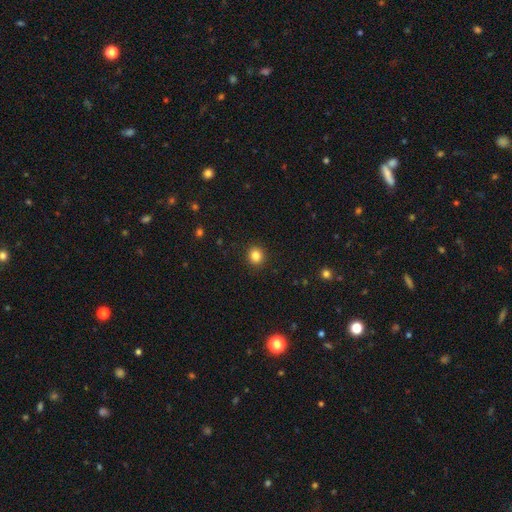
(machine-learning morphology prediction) This appears to be a smooth galaxy with no disk features (85%) that is round (88%). Merging: none (92%).